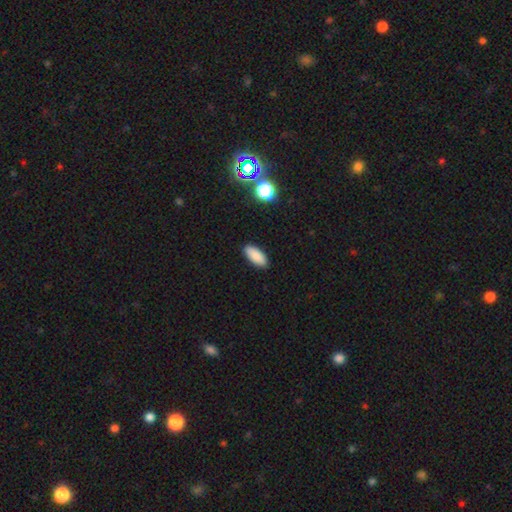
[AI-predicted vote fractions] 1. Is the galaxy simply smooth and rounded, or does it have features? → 88% smooth, 7% star or artifact, 5% featured or disk.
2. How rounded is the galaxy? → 86% in between, 12% cigar-shaped, 2% round.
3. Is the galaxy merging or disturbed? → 90% none, 7% minor disturbance, 2% major disturbance, 1% merger.